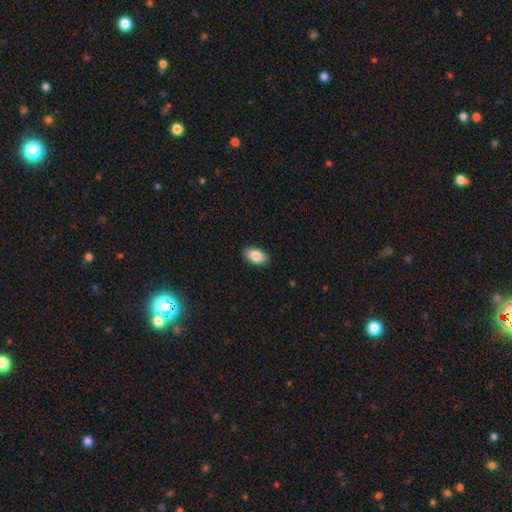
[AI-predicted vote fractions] Morphology: type=smooth (86%); roundness=in between (92%); merging=none (89%).